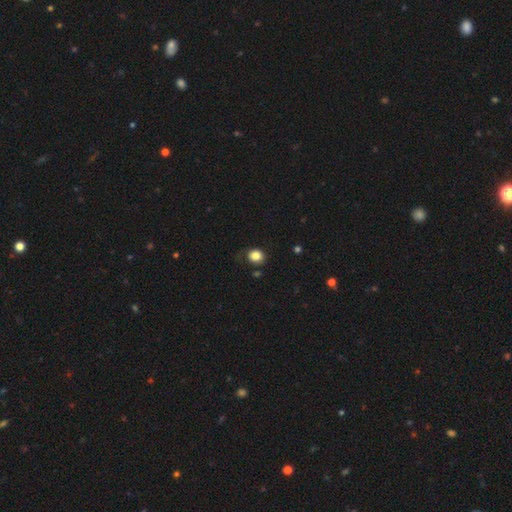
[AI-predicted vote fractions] Smooth or featured: smooth — 84% (star or artifact — 10%)
How rounded: round — 64% (in between — 35%)
Merging: none — 72% (minor disturbance — 19%)